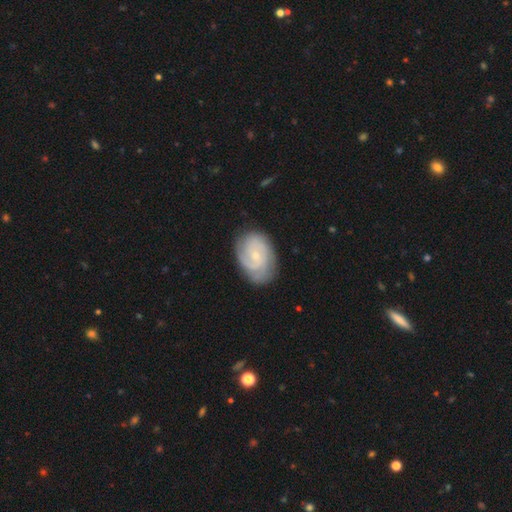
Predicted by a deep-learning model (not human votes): featured or disk 77%, smooth 17%, star or artifact 6%. Down the decision tree: edge-on disk — no (97%); bar — no (62%); spiral arms — yes (94%); spiral arm count — 2 (49%); spiral winding — tight (53%); bulge size — small (75%); merging — none (77%).